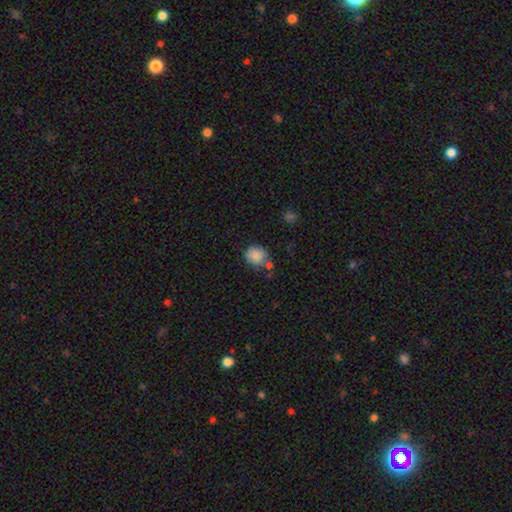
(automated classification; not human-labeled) Smooth or featured: smooth — 85% (star or artifact — 9%)
How rounded: round — 77% (in between — 22%)
Merging: none — 65% (minor disturbance — 18%)